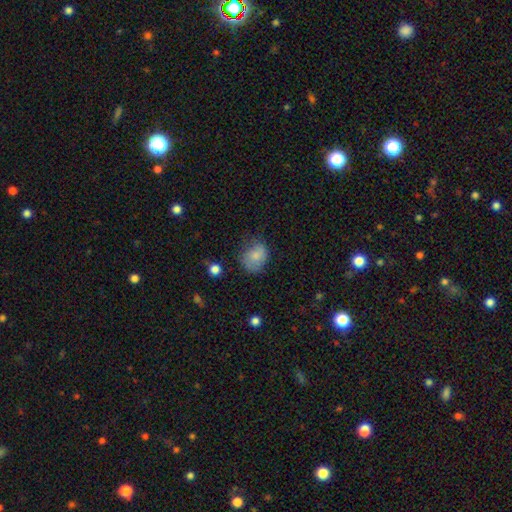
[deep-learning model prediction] Morphology: type=smooth (77%); roundness=round (54%); merging=none (55%).